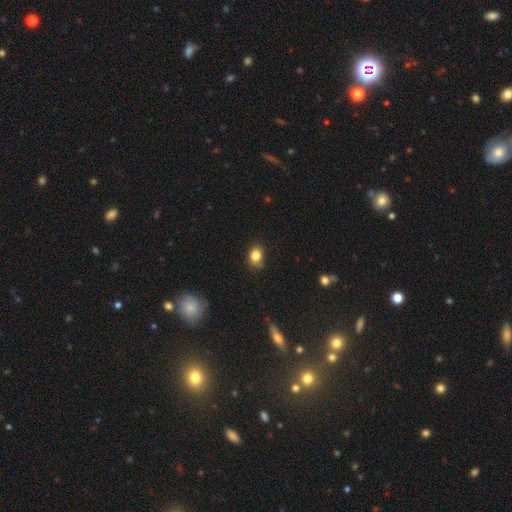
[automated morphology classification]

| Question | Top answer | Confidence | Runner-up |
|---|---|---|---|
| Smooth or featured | smooth | 84% | star or artifact (10%) |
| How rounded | in between | 54% | round (45%) |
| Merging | none | 76% | minor disturbance (19%) |